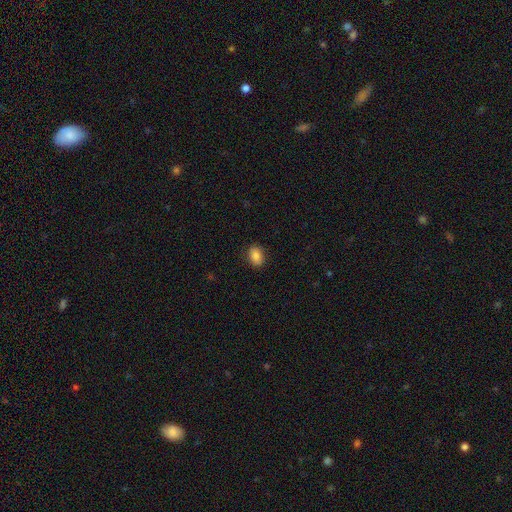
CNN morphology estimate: smooth-or-featured: smooth: 84% | star or artifact: 9% | featured or disk: 7%
  how-rounded: in between: 73% | round: 26% | cigar-shaped: 1%
  merging: none: 87% | minor disturbance: 10% | major disturbance: 2% | merger: 1%